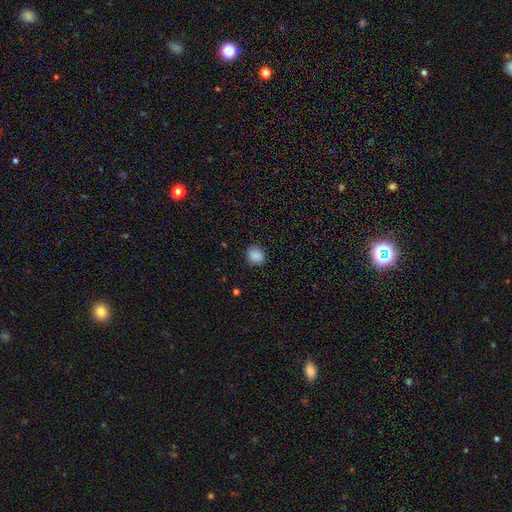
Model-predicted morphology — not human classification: The model was most divided on "how rounded": round: 77%, in between: 22%, cigar-shaped: 1%. More confident: smooth or featured — smooth (88%); merging — none (86%).